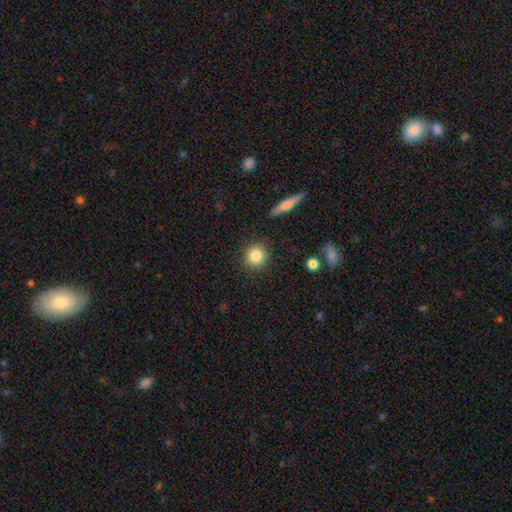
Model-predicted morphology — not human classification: smooth-or-featured: smooth: 84% | star or artifact: 9% | featured or disk: 7%
  how-rounded: round: 89% | in between: 9% | cigar-shaped: 1%
  merging: none: 89% | minor disturbance: 7% | major disturbance: 2% | merger: 2%